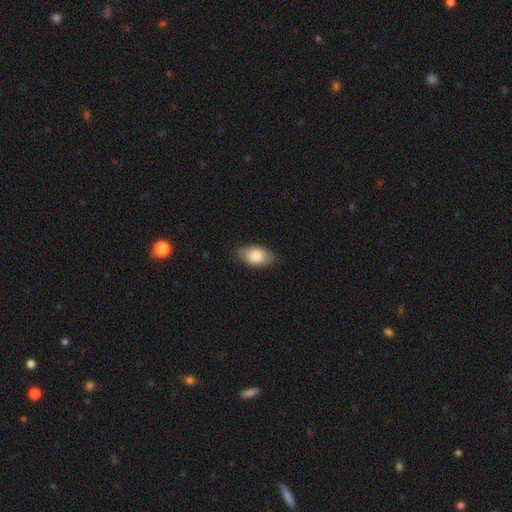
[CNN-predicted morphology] The model was most divided on "merging": none: 84%, minor disturbance: 13%, major disturbance: 2%, merger: 1%. More confident: how rounded — in between (93%); smooth or featured — smooth (84%).